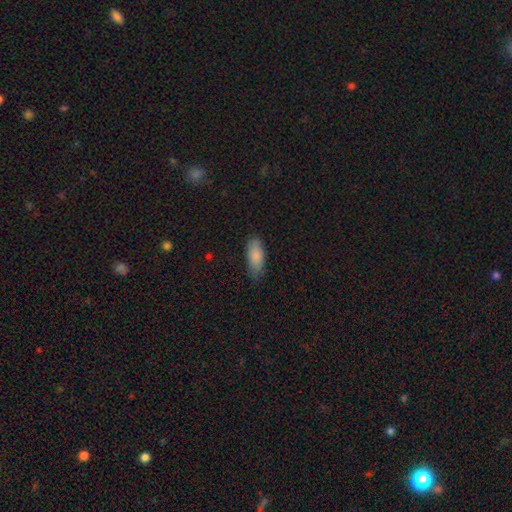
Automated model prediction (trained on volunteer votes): Smooth or featured? smooth (86%)
How rounded? in between (83%)
Merging? none (77%)